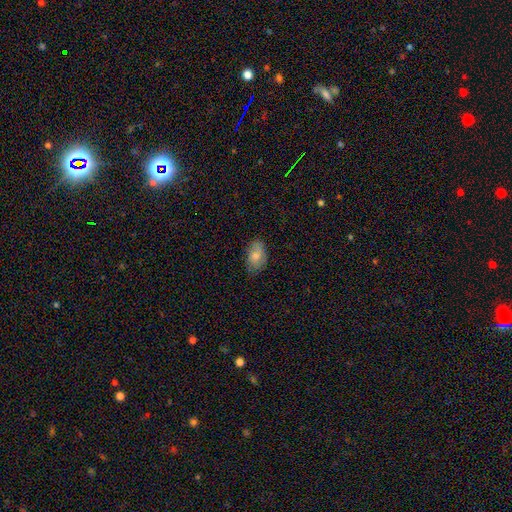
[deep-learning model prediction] This is likely a smooth galaxy (69%). How rounded: clearly in between (91%). Merging: likely none (76%).